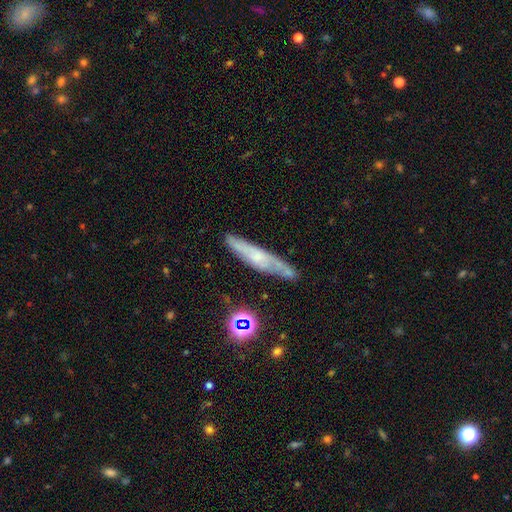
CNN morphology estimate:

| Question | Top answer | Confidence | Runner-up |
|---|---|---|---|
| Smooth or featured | featured or disk | 53% | smooth (36%) |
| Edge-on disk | yes | 62% | no (38%) |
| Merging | none | 66% | minor disturbance (23%) |